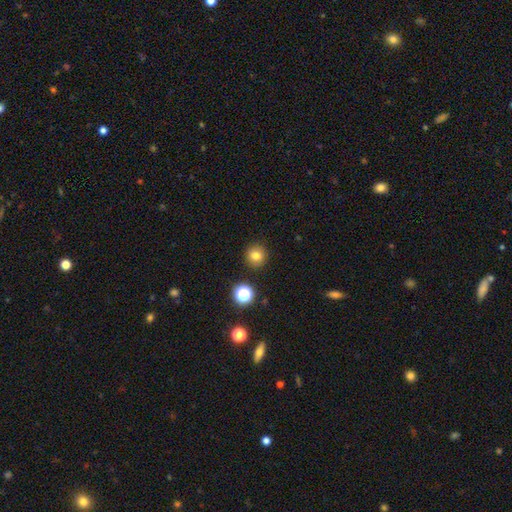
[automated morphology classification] smooth-or-featured: smooth: 78% | star or artifact: 14% | featured or disk: 8%
  how-rounded: round: 93% | in between: 6% | cigar-shaped: 1%
  merging: none: 90% | minor disturbance: 6% | merger: 2% | major disturbance: 2%